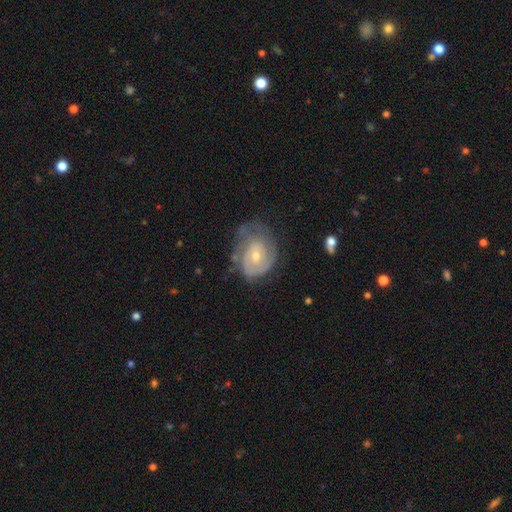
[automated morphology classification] Smooth or featured: featured or disk — 75% (smooth — 18%)
Edge-on disk: no — 97% (yes — 3%)
Bar: no — 67% (weak — 28%)
Spiral arms: yes — 86% (no — 14%)
Spiral winding: tight — 62% (medium — 29%)
Spiral arm count: 2 — 40% (can't tell — 35%)
Bulge size: small — 54% (moderate — 42%)
Merging: none — 55% (minor disturbance — 27%)